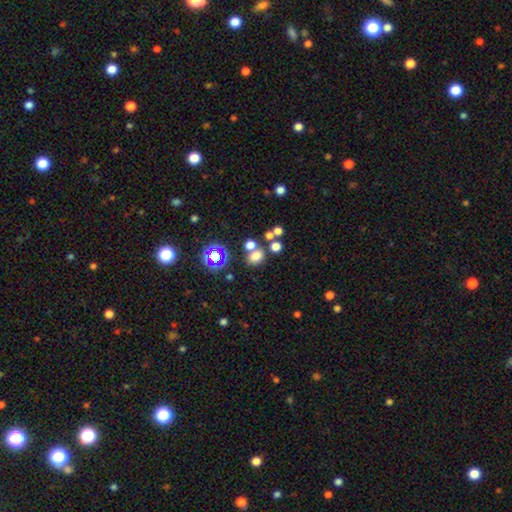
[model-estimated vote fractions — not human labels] smooth_or_featured: smooth (p=0.67) [alt: star or artifact p=0.24]
how_rounded: in between (p=0.60) [alt: round p=0.39]
merging: none (p=0.58) [alt: merger p=0.26]